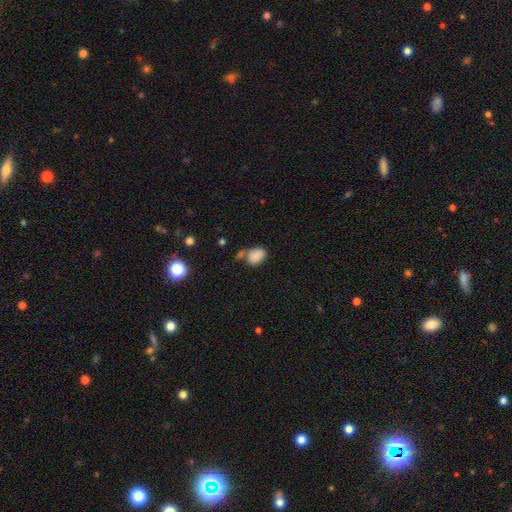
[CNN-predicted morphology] smooth_or_featured: smooth (p=0.85) [alt: star or artifact p=0.09]
how_rounded: in between (p=0.76) [alt: round p=0.23]
merging: none (p=0.52) [alt: merger p=0.21]